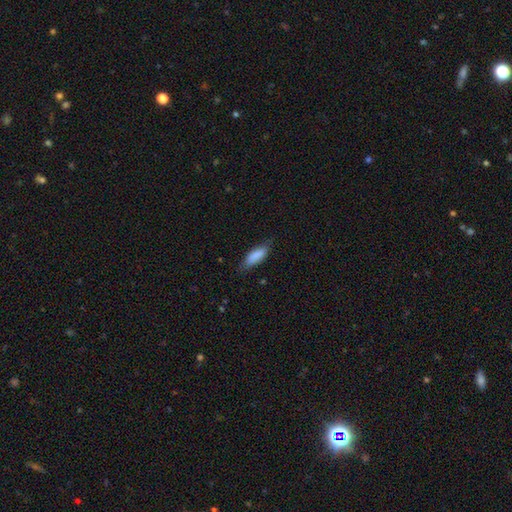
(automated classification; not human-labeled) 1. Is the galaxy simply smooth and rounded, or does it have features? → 83% smooth, 10% featured or disk, 6% star or artifact.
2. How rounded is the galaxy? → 62% in between, 36% cigar-shaped, 2% round.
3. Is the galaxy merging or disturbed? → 68% none, 25% minor disturbance, 6% major disturbance, 1% merger.